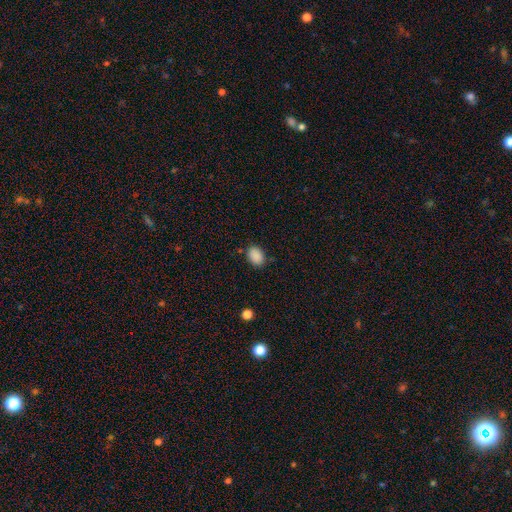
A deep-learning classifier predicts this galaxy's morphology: The model was most divided on "how rounded": in between: 78%, round: 21%, cigar-shaped: 1%. More confident: smooth or featured — smooth (89%); merging — none (82%).